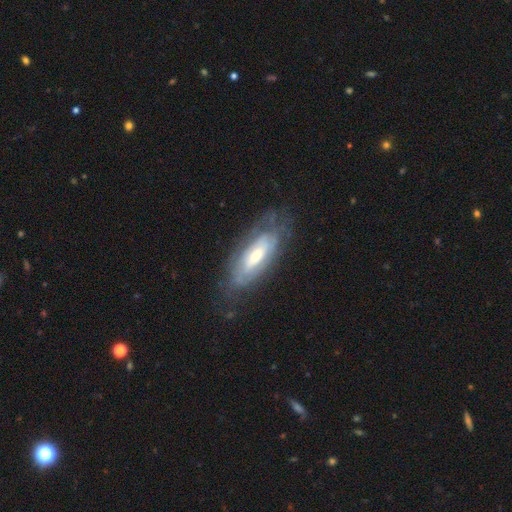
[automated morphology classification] smooth-or-featured: featured or disk: 64% | smooth: 29% | star or artifact: 7%
  disk-edge-on: no: 76% | yes: 24%
  merging: none: 67% | minor disturbance: 21% | major disturbance: 10% | merger: 1%